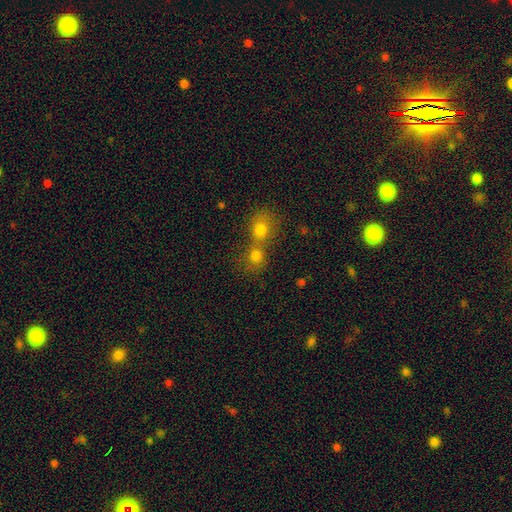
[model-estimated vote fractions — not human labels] smooth_or_featured: smooth (p=0.76) [alt: star or artifact p=0.14]
how_rounded: round (p=0.80) [alt: in between p=0.18]
merging: merger (p=0.60) [alt: none p=0.32]